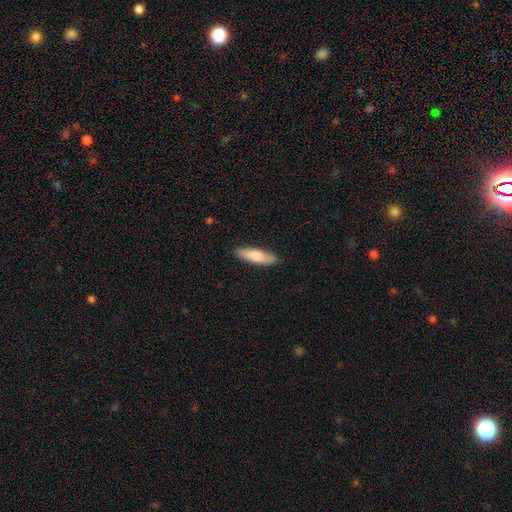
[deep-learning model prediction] Smooth or featured: smooth — 78% (featured or disk — 17%)
How rounded: cigar-shaped — 62% (in between — 36%)
Merging: none — 87% (minor disturbance — 10%)